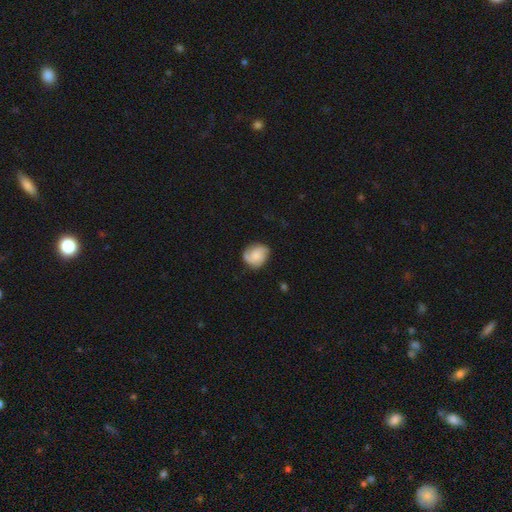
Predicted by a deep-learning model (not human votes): smooth-or-featured: featured or disk: 50% | smooth: 42% | star or artifact: 8%
  merging: none: 72% | minor disturbance: 20% | major disturbance: 7% | merger: 1%